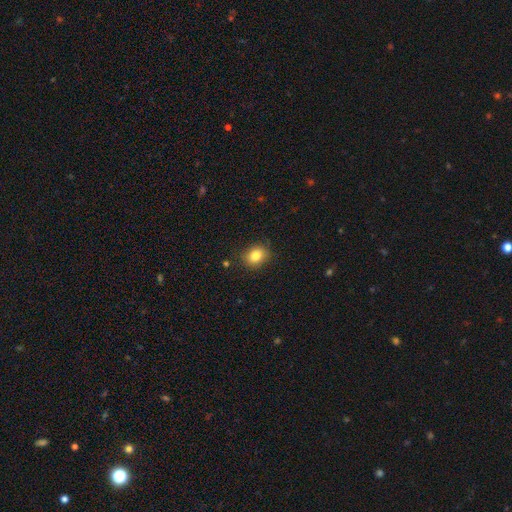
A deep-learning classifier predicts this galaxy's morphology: smooth_or_featured: smooth (p=0.83) [alt: star or artifact p=0.10]
how_rounded: round (p=0.54) [alt: in between p=0.45]
merging: none (p=0.85) [alt: minor disturbance p=0.11]